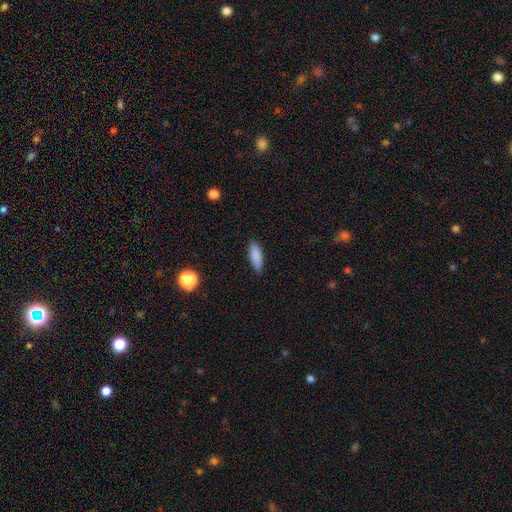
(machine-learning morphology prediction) Q: Smooth or featured?
A: smooth (85%); runner-up: featured or disk (8%)
Q: How rounded?
A: in between (59%); runner-up: cigar-shaped (39%)
Q: Merging?
A: none (83%); runner-up: minor disturbance (13%)